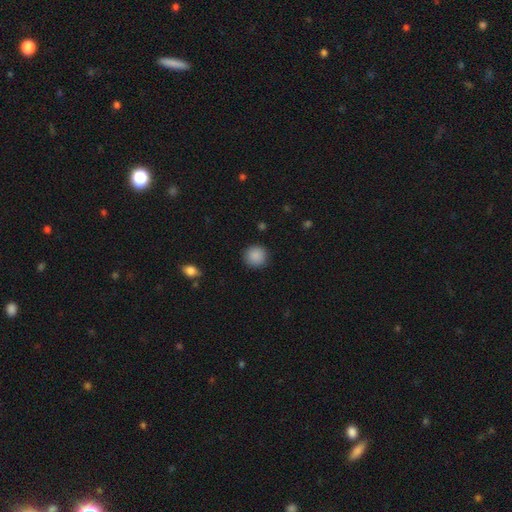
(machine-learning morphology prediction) The model was most divided on "smooth or featured": smooth: 89%, star or artifact: 8%, featured or disk: 3%. More confident: how rounded — round (93%); merging — none (91%).